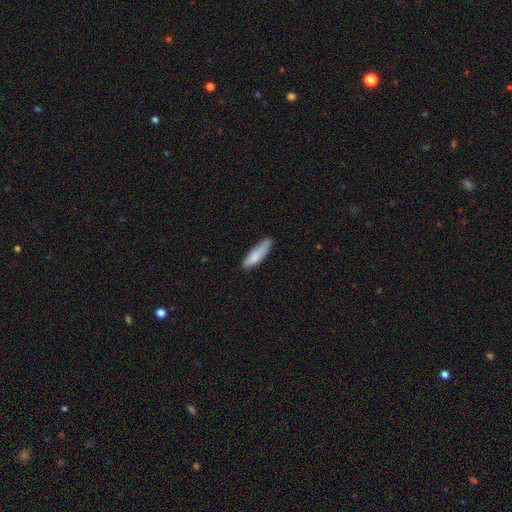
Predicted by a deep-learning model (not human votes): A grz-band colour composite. It shows a smooth galaxy with no disk features (82%) that is cigar-shaped (67%). Merging: none (67%).